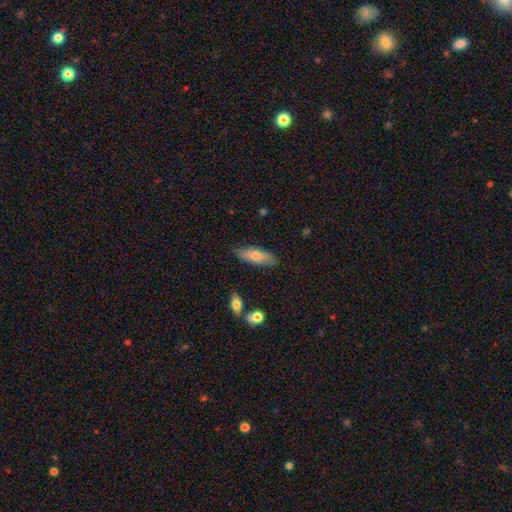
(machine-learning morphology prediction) smooth_or_featured: smooth (p=0.76) [alt: featured or disk p=0.19]
how_rounded: in between (p=0.56) [alt: cigar-shaped p=0.42]
merging: none (p=0.84) [alt: minor disturbance p=0.12]